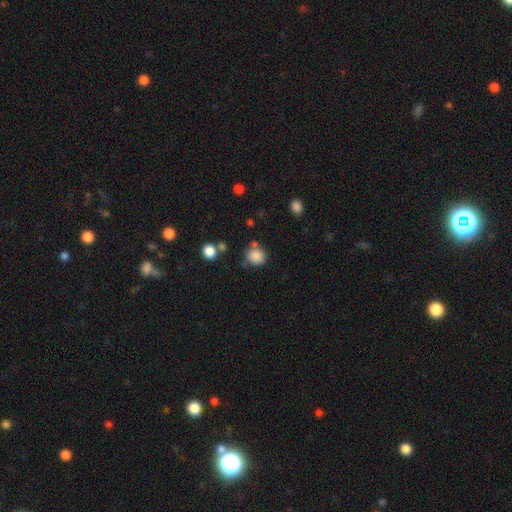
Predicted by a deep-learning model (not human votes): This appears to be a smooth galaxy with no disk features (85%) that is round (75%). Merging: none (68%).